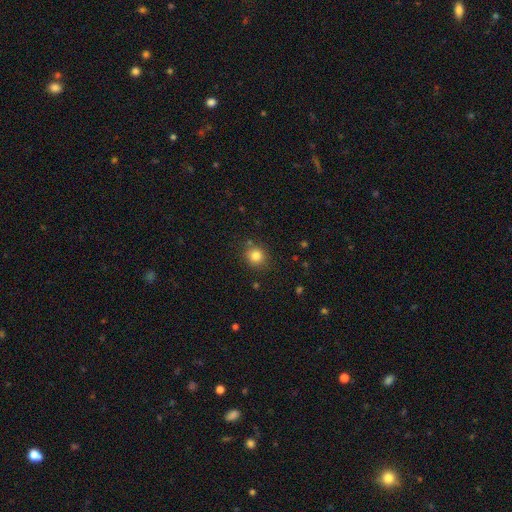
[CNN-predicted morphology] A smooth galaxy with no disk features (83%) that is round (88%). Merging: none (84%).